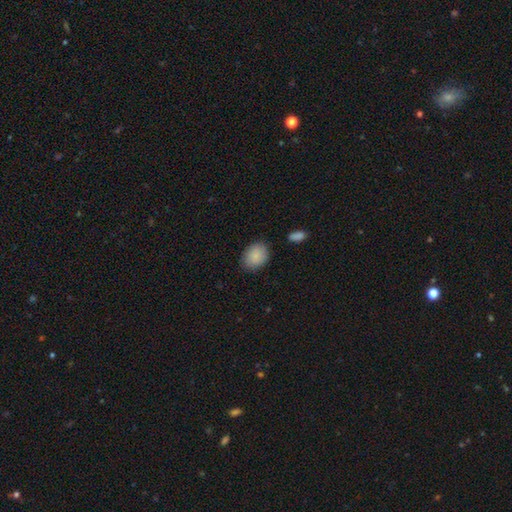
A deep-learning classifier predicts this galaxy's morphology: A smooth galaxy with no disk features (87%) that is in between round and cigar-shaped (58%).

Vote fractions:
- Smooth or featured? smooth: 87% / star or artifact: 7% / featured or disk: 6%
- How rounded? in between: 58% / round: 41% / cigar-shaped: 1%
- Merging? none: 81% / minor disturbance: 14% / major disturbance: 3% / merger: 2%